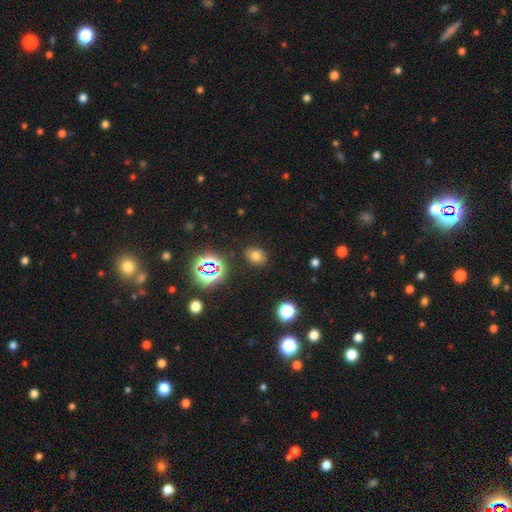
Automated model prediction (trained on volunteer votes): Smooth or featured?
  - smooth: 68% *
  - star or artifact: 22%
  - featured or disk: 9%
How rounded?
  - in between: 51% *
  - round: 48%
  - cigar-shaped: 1%
Merging?
  - none: 84% *
  - minor disturbance: 11%
  - major disturbance: 3%
  - merger: 2%